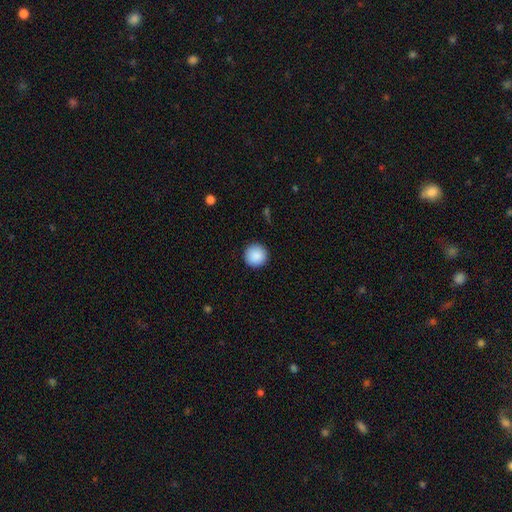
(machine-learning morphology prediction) Q: Smooth or featured?
A: smooth (90%); runner-up: star or artifact (8%)
Q: How rounded?
A: round (96%); runner-up: in between (3%)
Q: Merging?
A: none (92%); runner-up: minor disturbance (5%)